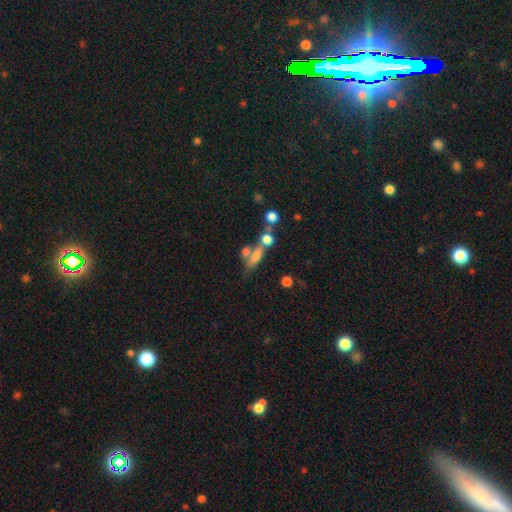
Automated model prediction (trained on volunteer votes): Smooth or featured? Predicted: smooth (p=0.63). How rounded? Predicted: in between (p=0.52). Merging? Predicted: merger (p=0.41).